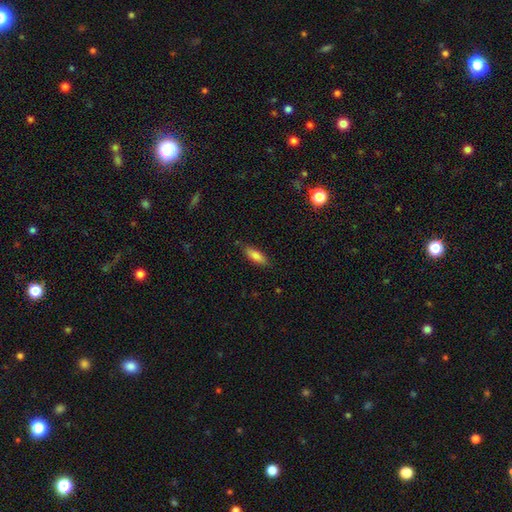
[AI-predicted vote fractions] smooth_or_featured: smooth (p=0.81) [alt: featured or disk p=0.12]
how_rounded: in between (p=0.59) [alt: cigar-shaped p=0.39]
merging: none (p=0.82) [alt: minor disturbance p=0.14]